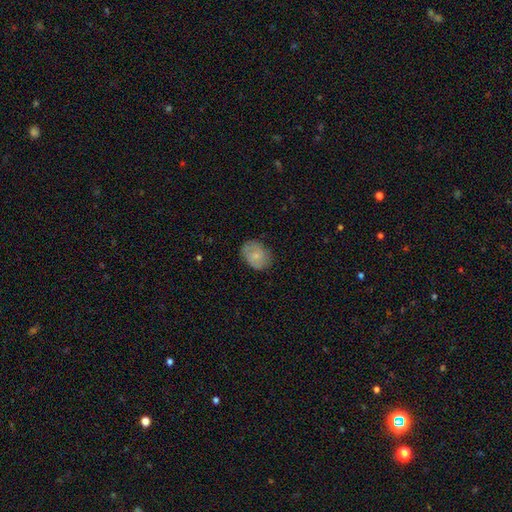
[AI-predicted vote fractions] Q: Smooth or featured?
A: smooth (70%); runner-up: featured or disk (23%)
Q: How rounded?
A: in between (63%); runner-up: round (36%)
Q: Merging?
A: none (75%); runner-up: minor disturbance (19%)